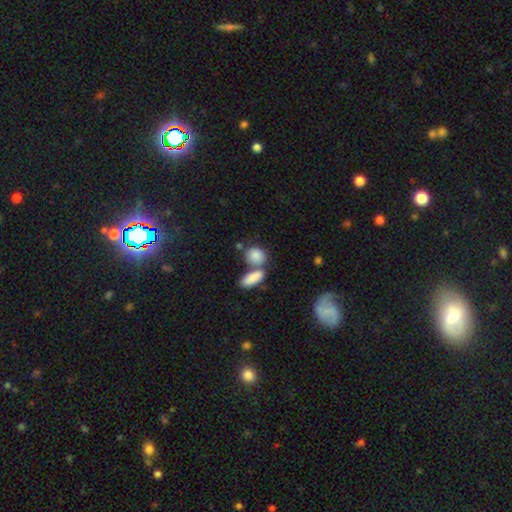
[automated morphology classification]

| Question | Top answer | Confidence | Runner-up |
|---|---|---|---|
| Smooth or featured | smooth | 86% | featured or disk (7%) |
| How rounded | in between | 64% | round (32%) |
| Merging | none | 45% | merger (39%) |